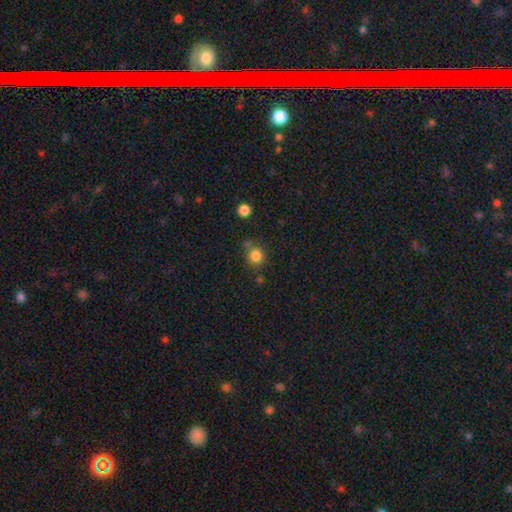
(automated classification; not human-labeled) This is clearly a smooth galaxy (83%). How rounded: clearly round (91%). Merging: likely none (73%).